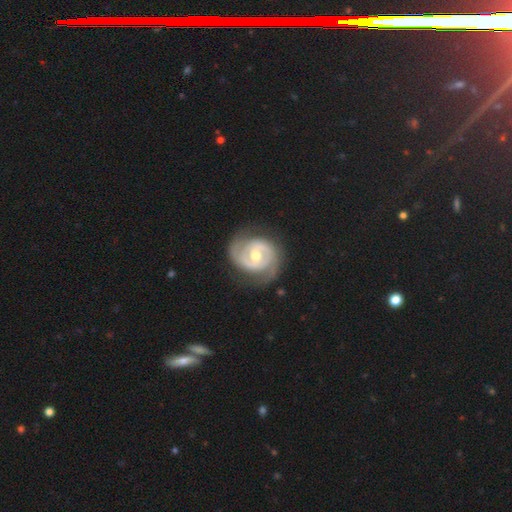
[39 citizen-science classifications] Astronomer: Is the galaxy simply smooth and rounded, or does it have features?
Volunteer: featured or disk — 82%.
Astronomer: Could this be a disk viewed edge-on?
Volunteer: no — 97%.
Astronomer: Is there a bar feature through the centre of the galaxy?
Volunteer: no — 65%.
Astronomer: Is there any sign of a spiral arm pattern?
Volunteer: yes — 94%.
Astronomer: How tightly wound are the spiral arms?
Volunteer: tight — 55% (runner-up: medium, 34%).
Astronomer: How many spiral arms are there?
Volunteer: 2 — 69%.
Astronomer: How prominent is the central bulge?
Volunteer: moderate — 87%.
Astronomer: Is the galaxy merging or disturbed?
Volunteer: none — 84%.